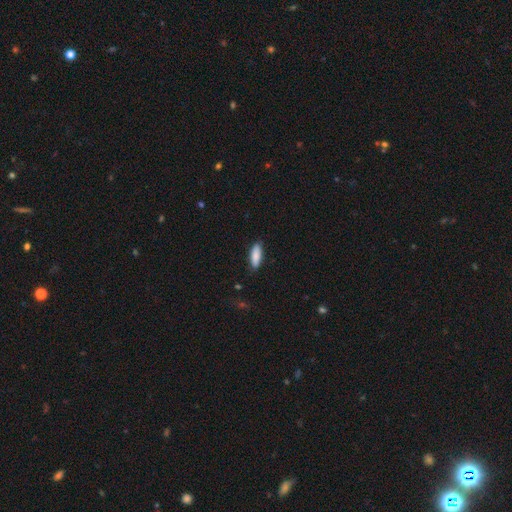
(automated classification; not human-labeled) smooth-or-featured: smooth: 86% | featured or disk: 8% | star or artifact: 6%
  how-rounded: in between: 60% | cigar-shaped: 39% | round: 2%
  merging: none: 85% | minor disturbance: 12% | major disturbance: 2% | merger: 1%